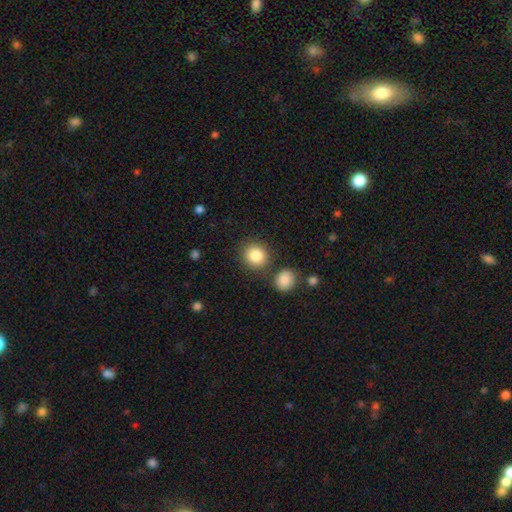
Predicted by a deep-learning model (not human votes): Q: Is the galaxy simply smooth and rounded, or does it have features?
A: smooth — 86%.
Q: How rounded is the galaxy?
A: round — 87%.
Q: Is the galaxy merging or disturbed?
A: none — 79%.